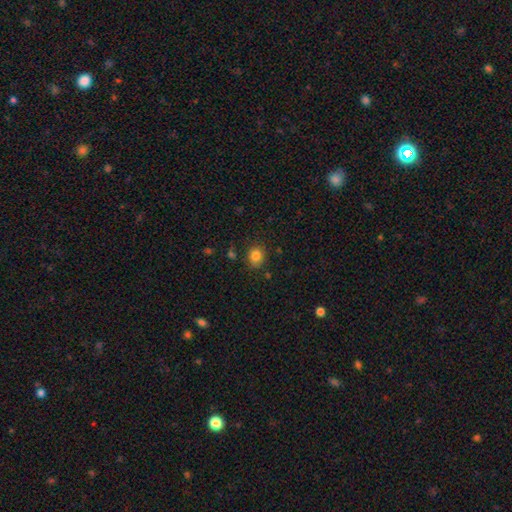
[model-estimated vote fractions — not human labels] smooth-or-featured: smooth: 83% | star or artifact: 11% | featured or disk: 6%
  how-rounded: round: 57% | in between: 42% | cigar-shaped: 1%
  merging: none: 81% | minor disturbance: 13% | major disturbance: 3% | merger: 3%